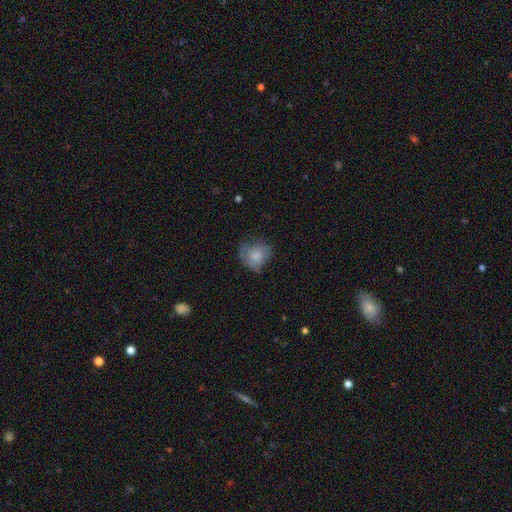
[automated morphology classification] Smooth or featured? smooth (68%)
How rounded? round (70%)
Merging? none (51%)